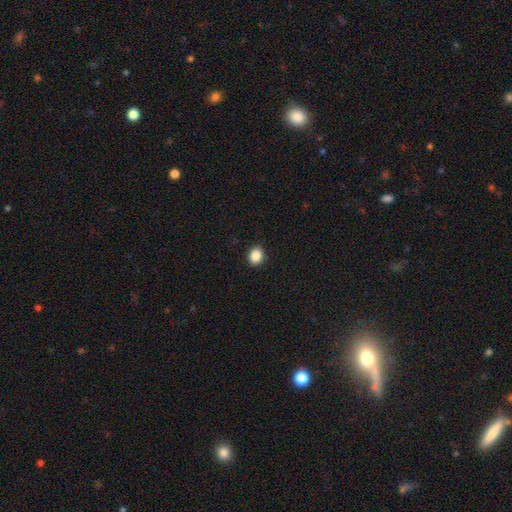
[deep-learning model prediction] Smooth or featured? smooth (88%)
How rounded? round (55%)
Merging? none (90%)